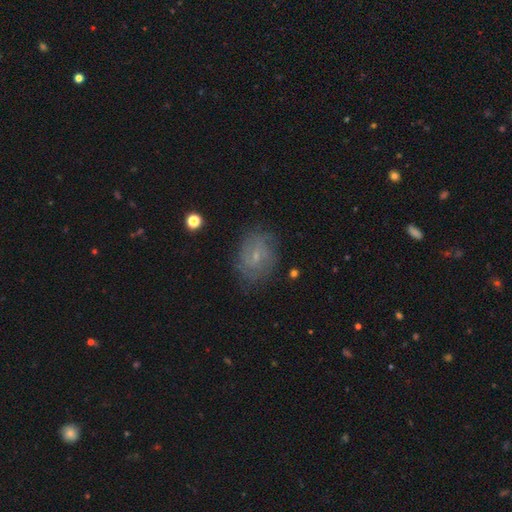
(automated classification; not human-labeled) Smooth or featured? Predicted: featured or disk (p=0.56). Edge-on disk? Predicted: no (p=0.96). Bar? Predicted: no (p=0.51). Spiral arms? Predicted: yes (p=0.78). Bulge size? Predicted: small (p=0.75). Merging? Predicted: none (p=0.75).